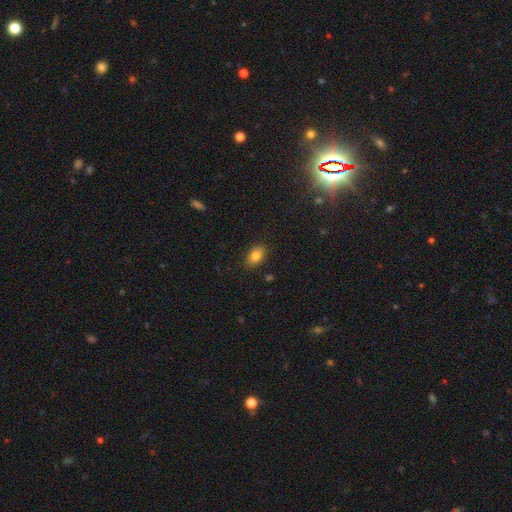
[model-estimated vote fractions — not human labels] Morphology: type=smooth (82%); roundness=in between (83%); merging=none (86%).